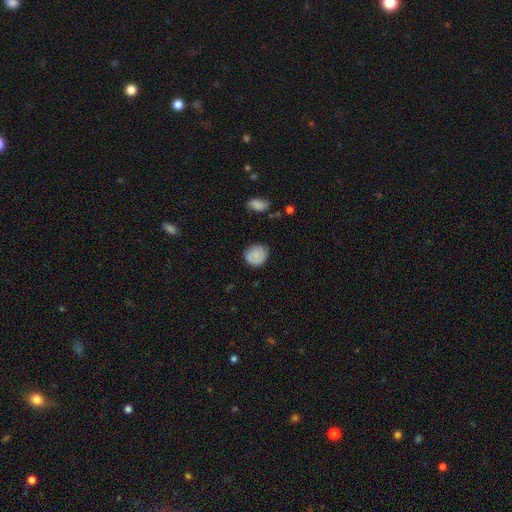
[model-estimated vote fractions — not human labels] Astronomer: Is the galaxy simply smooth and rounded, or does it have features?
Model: smooth — 83%.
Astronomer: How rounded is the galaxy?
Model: round — 79%.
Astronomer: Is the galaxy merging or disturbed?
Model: none — 80%.